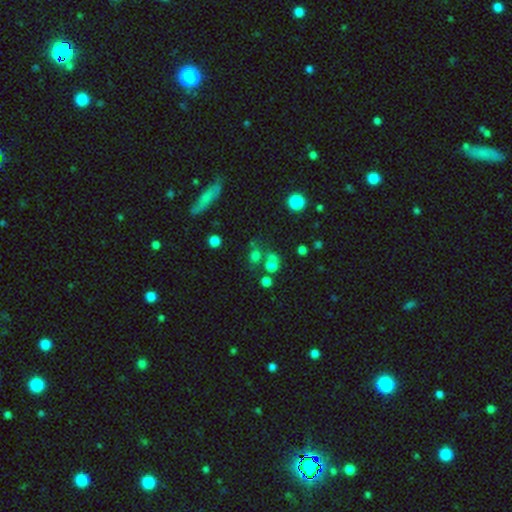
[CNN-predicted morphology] Smooth or featured?
  - smooth: 66% *
  - star or artifact: 23%
  - featured or disk: 11%
How rounded?
  - round: 72% *
  - in between: 26%
  - cigar-shaped: 2%
Merging?
  - none: 54% *
  - merger: 26%
  - minor disturbance: 12%
  - major disturbance: 8%